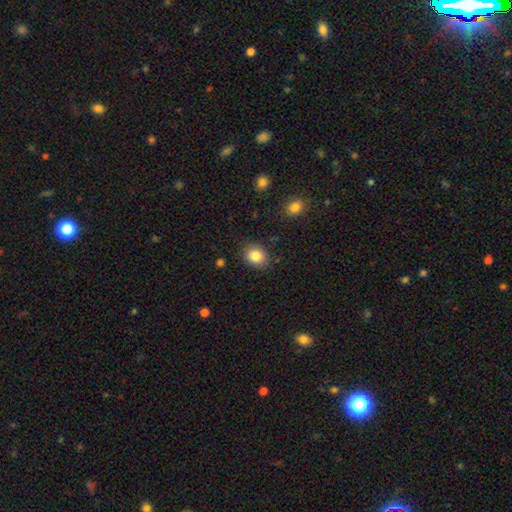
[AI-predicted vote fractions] Smooth or featured? Predicted: smooth (p=0.84). How rounded? Predicted: round (p=0.59). Merging? Predicted: none (p=0.85).